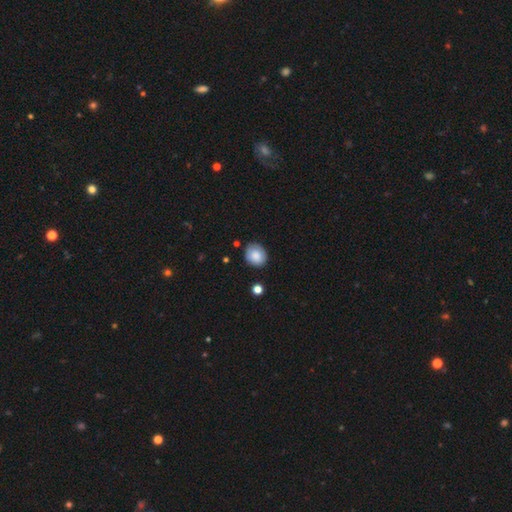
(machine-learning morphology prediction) A smooth galaxy with no disk features (85%) that is round (64%).

Vote fractions:
- Smooth or featured? smooth: 85% / featured or disk: 8% / star or artifact: 8%
- How rounded? round: 64% / in between: 35% / cigar-shaped: 1%
- Merging? none: 81% / minor disturbance: 14% / major disturbance: 3% / merger: 2%